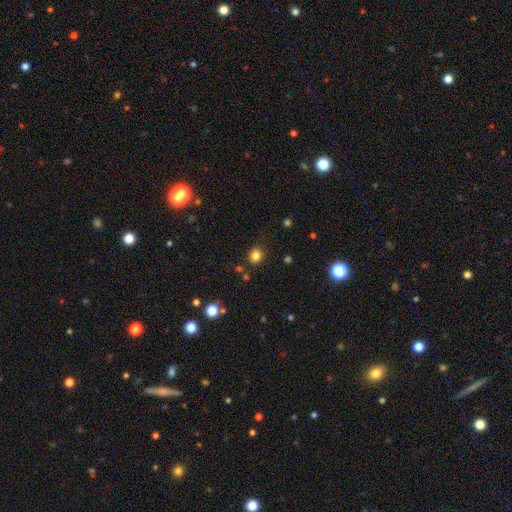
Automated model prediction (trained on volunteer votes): Smooth or featured? Predicted: smooth (p=0.81). How rounded? Predicted: round (p=0.75). Merging? Predicted: none (p=0.85).